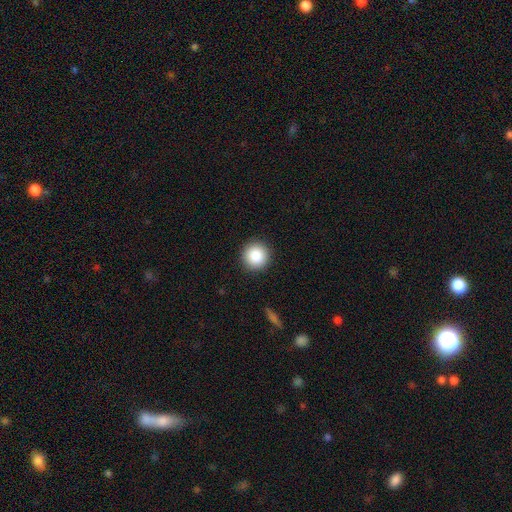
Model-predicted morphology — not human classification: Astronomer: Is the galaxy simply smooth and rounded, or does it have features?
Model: smooth — 87%.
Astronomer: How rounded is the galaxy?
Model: round — 95%.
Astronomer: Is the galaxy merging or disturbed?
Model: none — 92%.